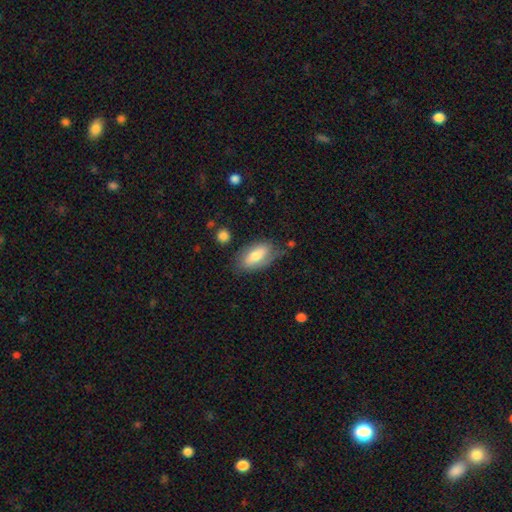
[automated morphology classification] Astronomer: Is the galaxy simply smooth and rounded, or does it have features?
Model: smooth — 64%.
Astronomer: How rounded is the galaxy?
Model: in between — 90%.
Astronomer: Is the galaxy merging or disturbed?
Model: none — 61%.